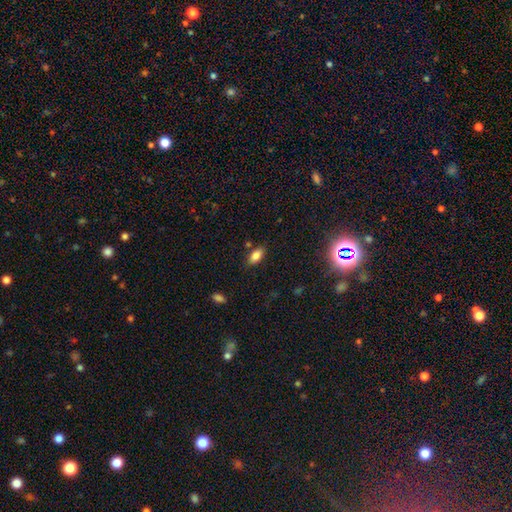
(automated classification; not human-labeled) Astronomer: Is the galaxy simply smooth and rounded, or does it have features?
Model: smooth — 82%.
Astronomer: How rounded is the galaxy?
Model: in between — 87%.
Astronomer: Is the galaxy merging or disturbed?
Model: none — 82%.